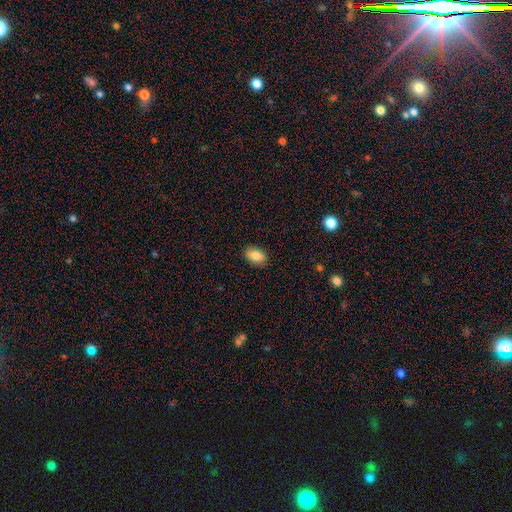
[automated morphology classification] A smooth galaxy with no disk features (84%) that is in between round and cigar-shaped (88%). Merging: none (89%).